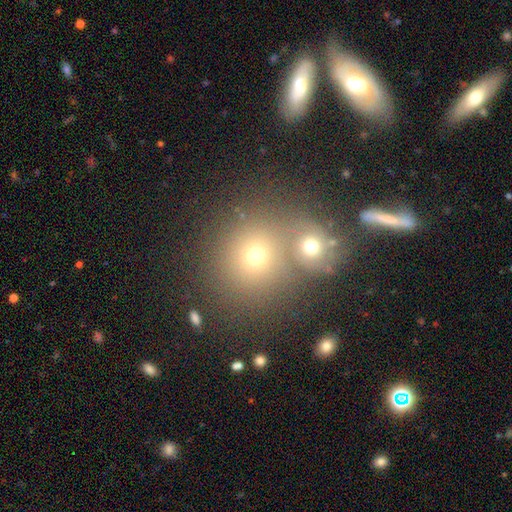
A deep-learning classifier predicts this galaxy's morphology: This appears to be a smooth galaxy with no disk features (61%) that is round (85%). Merging: none (61%).